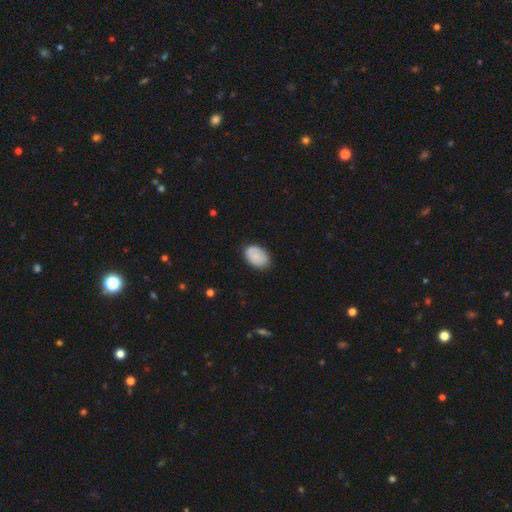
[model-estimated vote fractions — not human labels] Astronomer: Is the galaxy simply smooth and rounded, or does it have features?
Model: smooth — 82%.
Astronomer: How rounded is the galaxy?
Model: in between — 88%.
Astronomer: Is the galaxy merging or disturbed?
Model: none — 81%.